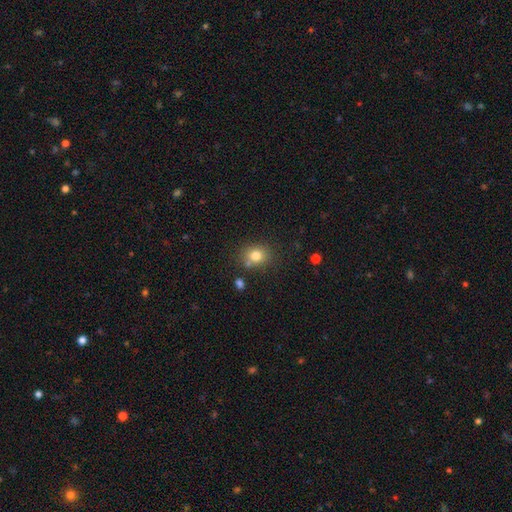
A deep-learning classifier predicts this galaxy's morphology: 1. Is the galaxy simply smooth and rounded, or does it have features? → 79% smooth, 12% star or artifact, 9% featured or disk.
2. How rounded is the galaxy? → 64% round, 35% in between, 1% cigar-shaped.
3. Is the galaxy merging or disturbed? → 73% none, 13% minor disturbance, 10% merger, 4% major disturbance.